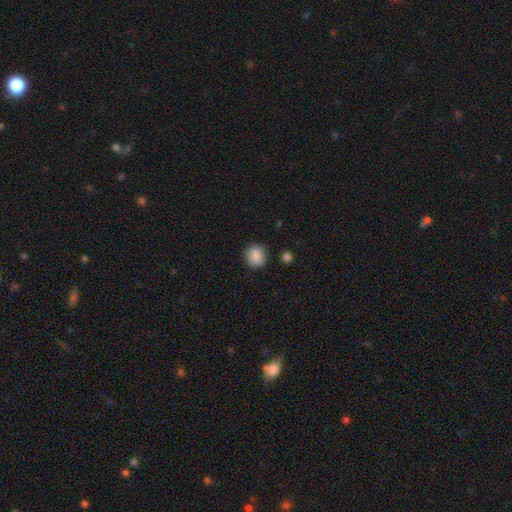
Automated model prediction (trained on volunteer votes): This appears to be a smooth galaxy with no disk features (88%) that is round (83%). Merging: none (88%).